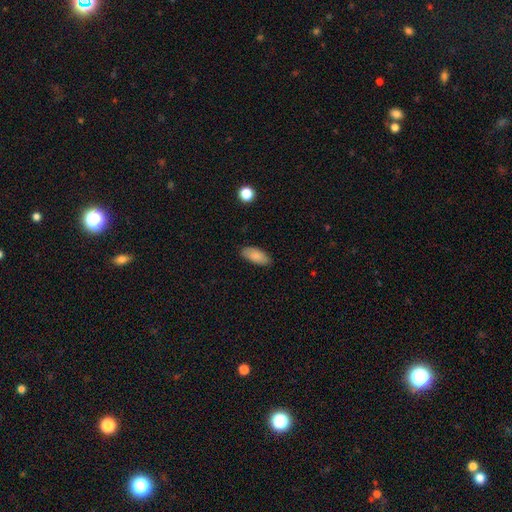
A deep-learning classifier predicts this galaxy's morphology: Smooth or featured? Predicted: smooth (p=0.87). How rounded? Predicted: in between (p=0.87). Merging? Predicted: none (p=0.86).